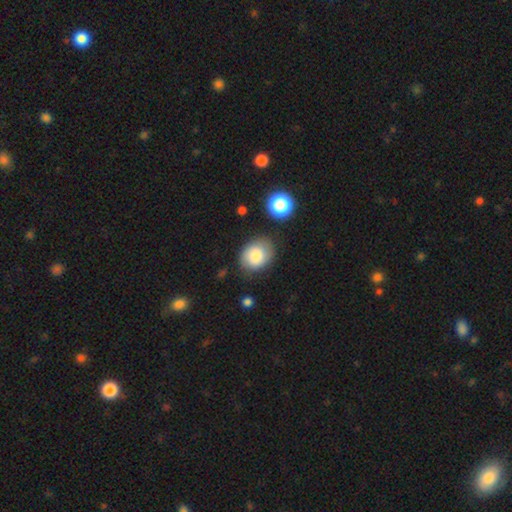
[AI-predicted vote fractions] A smooth galaxy with no disk features (77%) that is in between round and cigar-shaped (51%). Merging: none (75%).